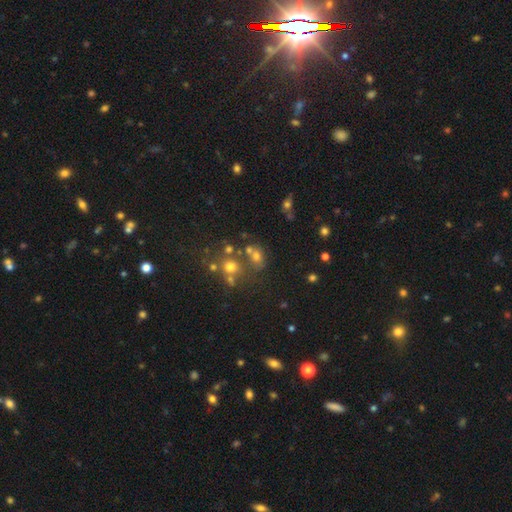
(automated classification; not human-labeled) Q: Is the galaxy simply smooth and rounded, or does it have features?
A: smooth — 61%.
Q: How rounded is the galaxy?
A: round — 55%.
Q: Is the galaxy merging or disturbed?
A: none — 52%.